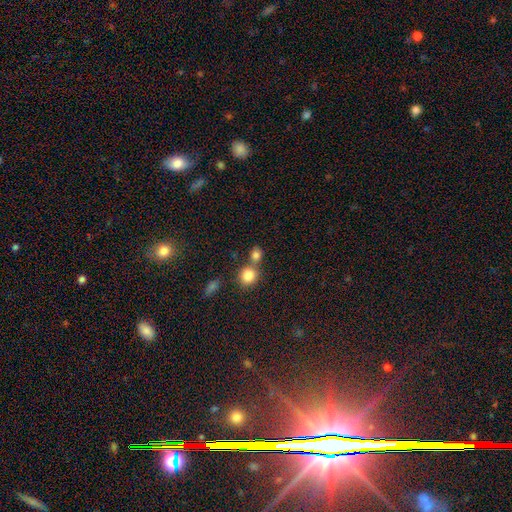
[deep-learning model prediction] Q: Smooth or featured?
A: smooth (81%); runner-up: star or artifact (12%)
Q: How rounded?
A: round (69%); runner-up: in between (29%)
Q: Merging?
A: none (48%); runner-up: merger (41%)